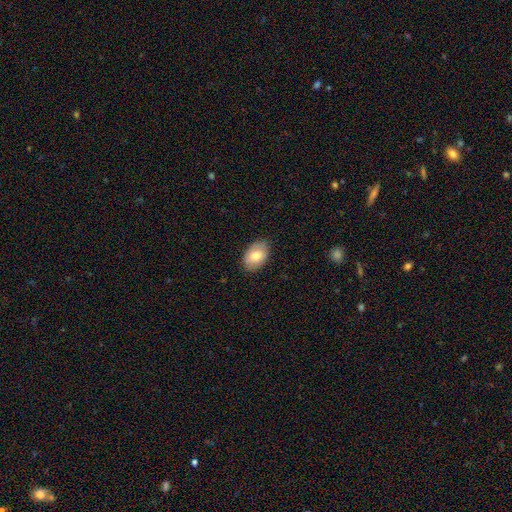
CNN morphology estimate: smooth 74%, featured or disk 19%, star or artifact 7%. Down the decision tree: how rounded — in between (88%); merging — none (83%).